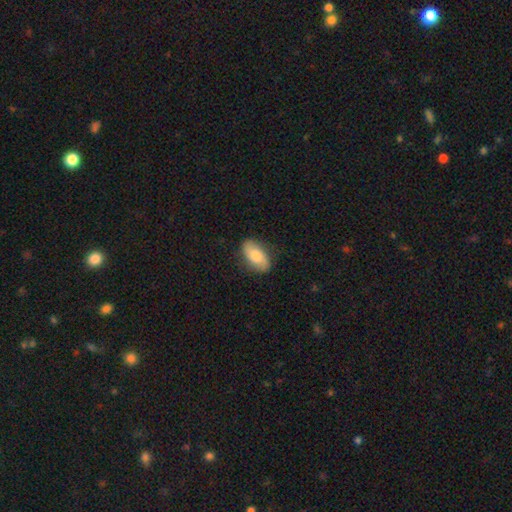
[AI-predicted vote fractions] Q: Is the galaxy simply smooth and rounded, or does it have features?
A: smooth — 69%.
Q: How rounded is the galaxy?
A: in between — 92%.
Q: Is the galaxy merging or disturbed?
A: none — 82%.